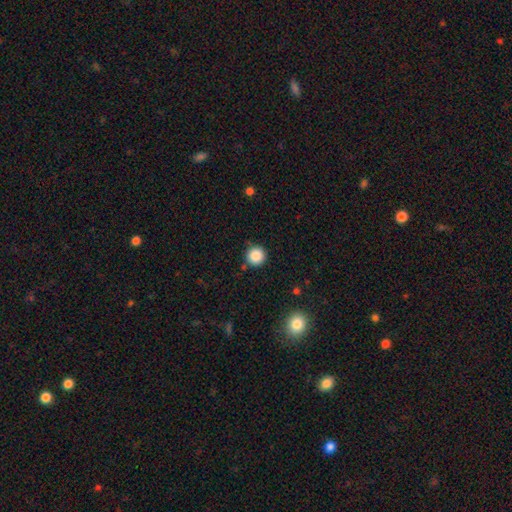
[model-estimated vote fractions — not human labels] This is clearly a smooth galaxy (87%). How rounded: clearly round (96%). Merging: clearly none (87%).